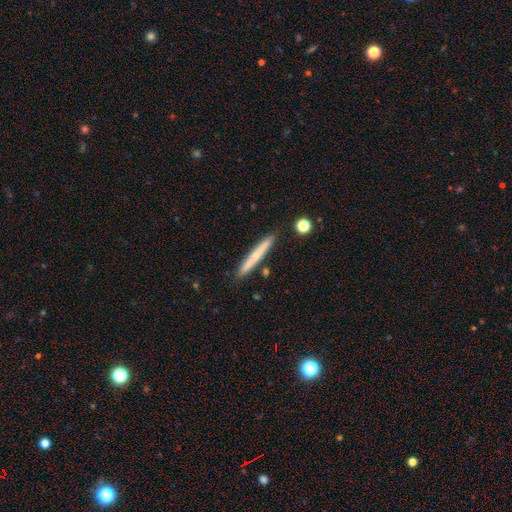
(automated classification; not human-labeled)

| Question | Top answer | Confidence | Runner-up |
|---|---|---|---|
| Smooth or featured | smooth | 51% | featured or disk (43%) |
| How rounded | cigar-shaped | 96% | in between (3%) |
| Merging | none | 88% | minor disturbance (8%) |